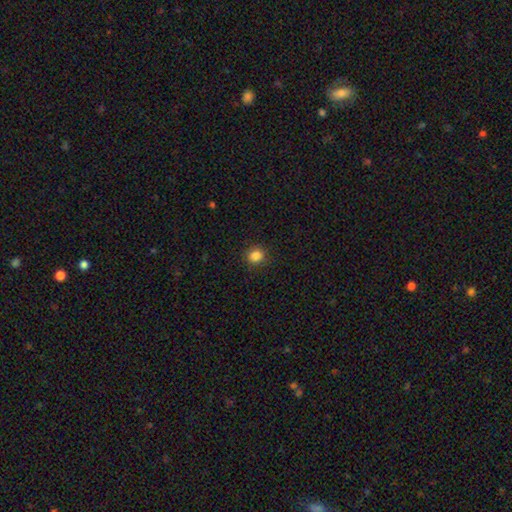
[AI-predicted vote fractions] A smooth galaxy with no disk features (85%) that is round (84%). Merging: none (90%).